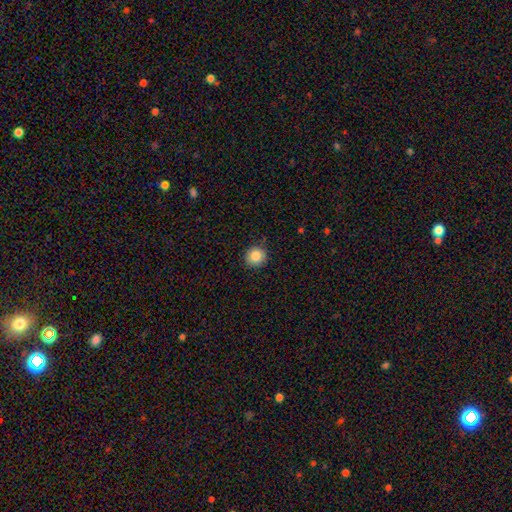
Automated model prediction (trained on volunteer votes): smooth-or-featured: smooth: 86% | star or artifact: 10% | featured or disk: 5%
  how-rounded: round: 91% | in between: 8% | cigar-shaped: 1%
  merging: none: 88% | minor disturbance: 9% | major disturbance: 2% | merger: 1%